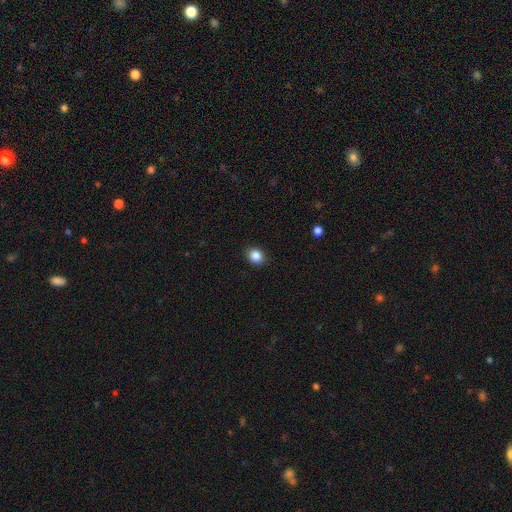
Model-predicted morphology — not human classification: The model was most divided on "how rounded": round: 61%, in between: 38%, cigar-shaped: 1%. More confident: merging — none (90%); smooth or featured — smooth (86%).